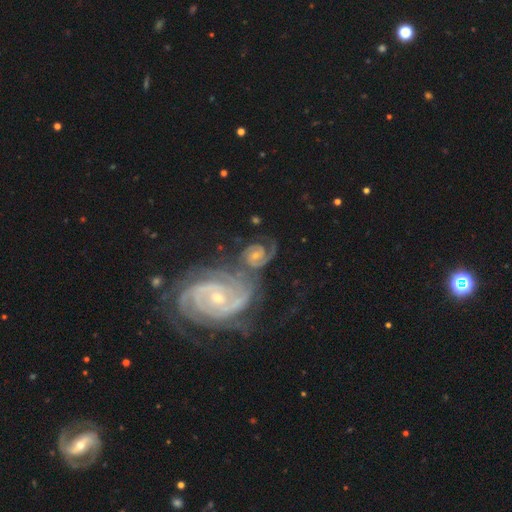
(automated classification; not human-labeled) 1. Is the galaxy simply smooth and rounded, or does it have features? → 89% featured or disk, 6% smooth, 5% star or artifact.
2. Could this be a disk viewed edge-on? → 98% no, 2% yes.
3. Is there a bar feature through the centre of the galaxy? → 53% no, 35% weak, 12% strong.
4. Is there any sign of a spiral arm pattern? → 98% yes, 2% no.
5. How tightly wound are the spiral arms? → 56% tight, 38% medium, 6% loose.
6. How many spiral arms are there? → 79% 2, 7% 3, 5% can't tell, 5% 1, 2% 4, 2% more than 4.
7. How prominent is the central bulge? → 60% small, 33% moderate, 3% none, 2% large, 1% dominant.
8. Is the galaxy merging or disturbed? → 39% merger (tied), 39% none (tied), 14% minor disturbance, 8% major disturbance.